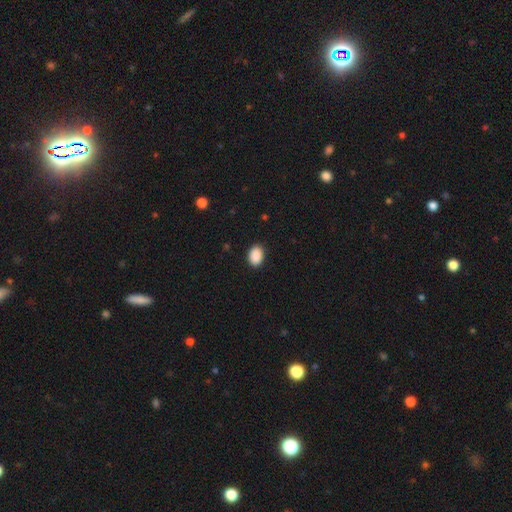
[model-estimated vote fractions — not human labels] Smooth or featured?
  - smooth: 90% *
  - star or artifact: 7%
  - featured or disk: 2%
How rounded?
  - in between: 81% *
  - round: 18%
  - cigar-shaped: 1%
Merging?
  - none: 89% *
  - minor disturbance: 8%
  - major disturbance: 2%
  - merger: 1%